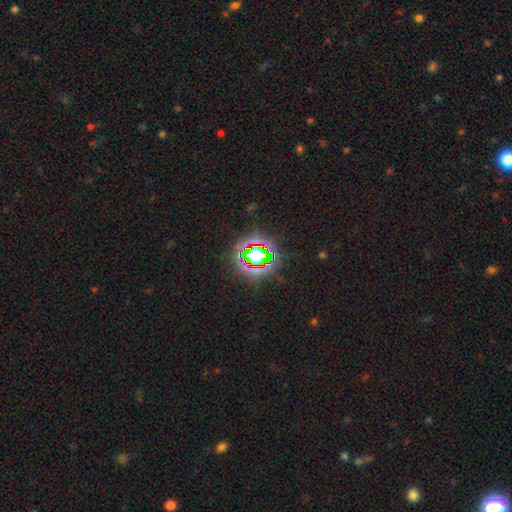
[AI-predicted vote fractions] Q: Smooth or featured?
A: star or artifact (69%); runner-up: smooth (19%)